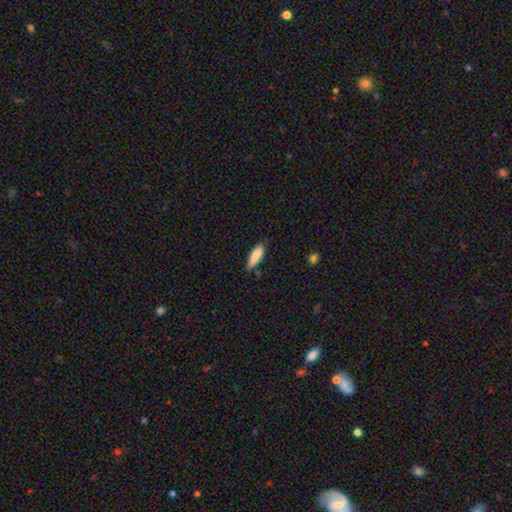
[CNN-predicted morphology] This appears to be a smooth galaxy with no disk features (84%) that is in between round and cigar-shaped (58%). Merging: none (72%).